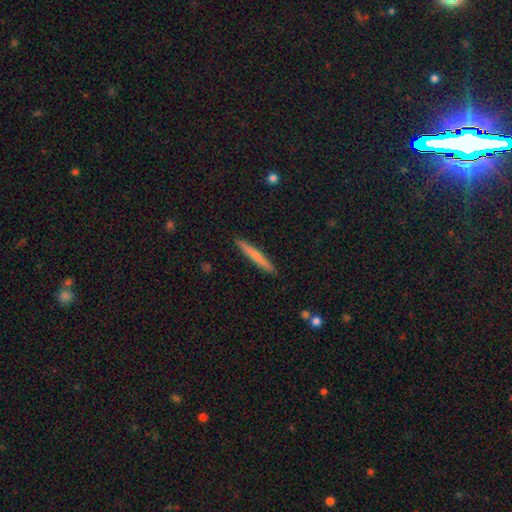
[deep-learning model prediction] Smooth or featured? smooth (68%)
How rounded? cigar-shaped (96%)
Merging? none (92%)